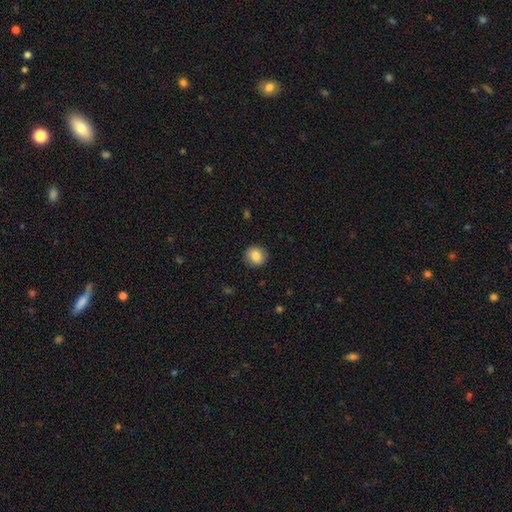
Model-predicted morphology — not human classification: smooth-or-featured: smooth: 85% | star or artifact: 9% | featured or disk: 7%
  how-rounded: round: 90% | in between: 9% | cigar-shaped: 1%
  merging: none: 90% | minor disturbance: 7% | major disturbance: 2% | merger: 1%